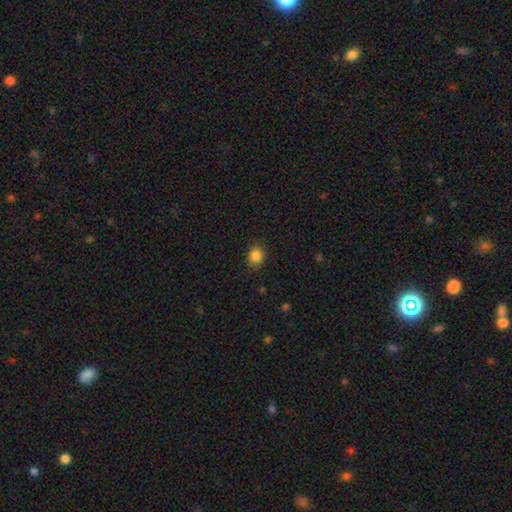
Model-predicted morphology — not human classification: Smooth or featured: smooth — 86% (star or artifact — 10%)
How rounded: round — 59% (in between — 40%)
Merging: none — 86% (minor disturbance — 10%)